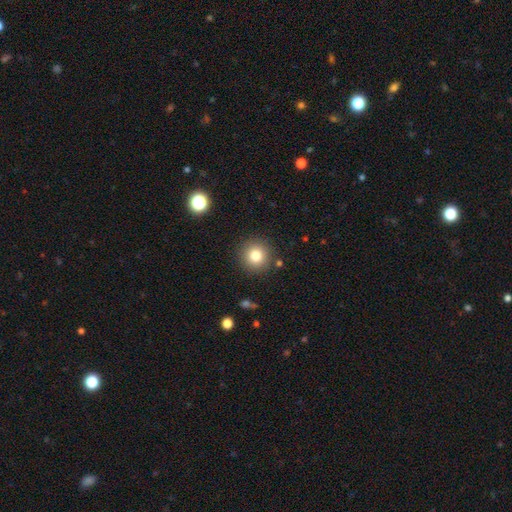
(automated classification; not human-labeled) Smooth or featured? smooth (80%)
How rounded? round (93%)
Merging? none (88%)